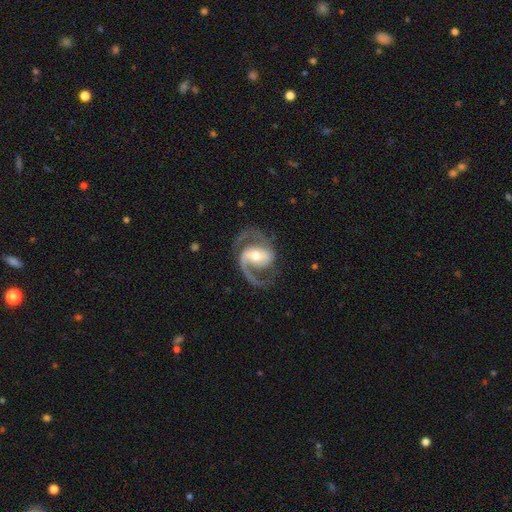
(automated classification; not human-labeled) Smooth or featured?
  - featured or disk: 91% *
  - smooth: 5%
  - star or artifact: 4%
Edge-on disk?
  - no: 98% *
  - yes: 2%
Bar?
  - strong: 40% *
  - weak: 39%
  - no: 21%
Spiral arms?
  - yes: 97% *
  - no: 3%
Spiral winding?
  - medium: 61% *
  - loose: 21%
  - tight: 18%
Spiral arm count?
  - 2: 89% *
  - 1: 5%
  - can't tell: 2%
  - 3: 2%
  - 4: 1%
  - more than 4: 1%
Bulge size?
  - moderate: 58% *
  - small: 31%
  - large: 8%
  - none: 2%
  - dominant: 1%
Merging?
  - none: 74% *
  - minor disturbance: 14%
  - major disturbance: 10%
  - merger: 1%